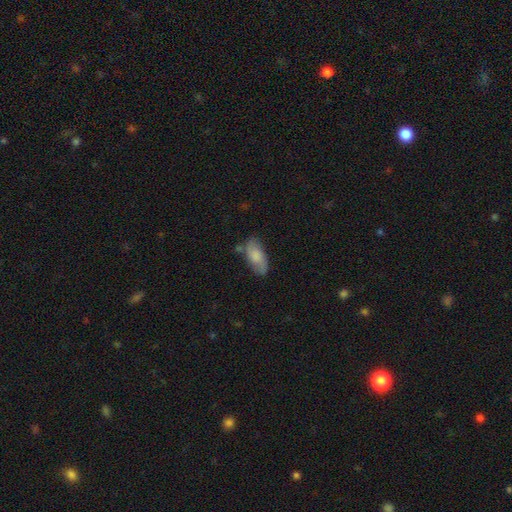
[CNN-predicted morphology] A smooth galaxy with no disk features (73%) that is in between round and cigar-shaped (87%). Merging: none (67%).